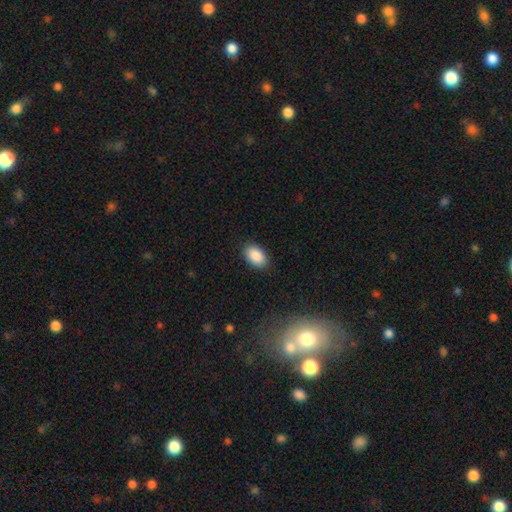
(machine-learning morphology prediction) Overall: smooth (90%). How rounded: in between (92%). Merging: none (87%).